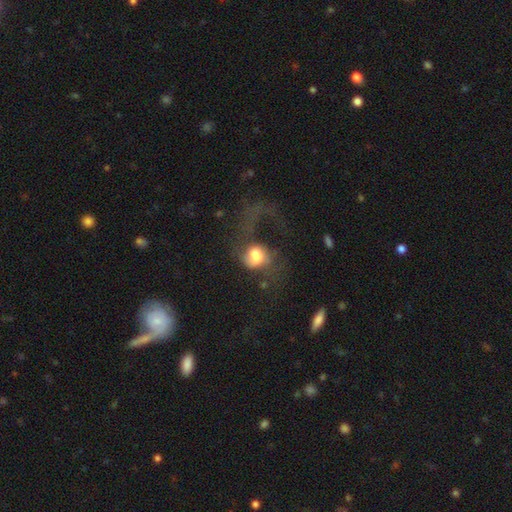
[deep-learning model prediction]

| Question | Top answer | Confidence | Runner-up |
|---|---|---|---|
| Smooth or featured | smooth | 54% | featured or disk (36%) |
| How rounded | round | 57% | in between (42%) |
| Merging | major disturbance | 63% | none (18%) |